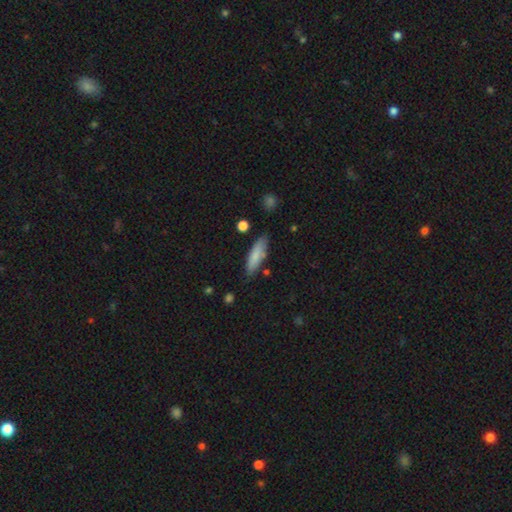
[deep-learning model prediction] This is clearly a smooth galaxy (81%). How rounded: possibly cigar-shaped (60%). Merging: likely none (79%).